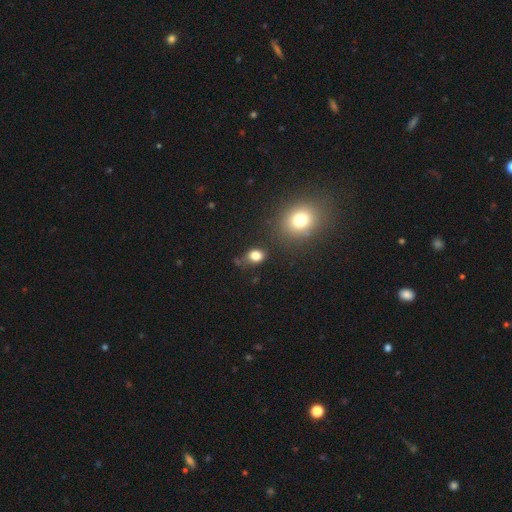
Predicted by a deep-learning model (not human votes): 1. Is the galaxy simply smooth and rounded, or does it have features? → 82% smooth, 13% star or artifact, 6% featured or disk.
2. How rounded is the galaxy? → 56% in between, 43% round, 1% cigar-shaped.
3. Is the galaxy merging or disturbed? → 67% none, 20% minor disturbance, 7% major disturbance, 6% merger.